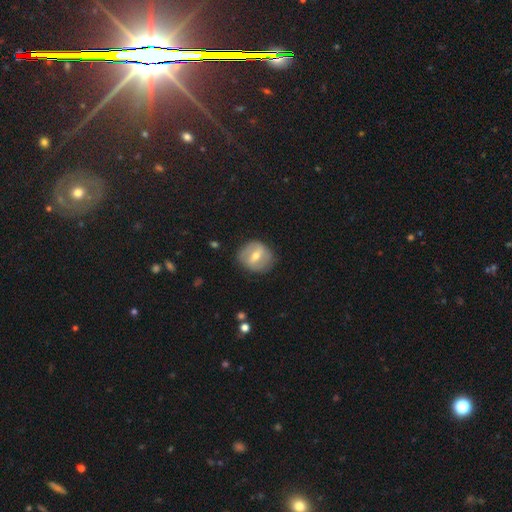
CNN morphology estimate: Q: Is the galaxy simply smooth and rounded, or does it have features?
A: featured or disk — 56%.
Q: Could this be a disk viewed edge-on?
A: no — 93%.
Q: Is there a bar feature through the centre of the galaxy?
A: weak — 44%.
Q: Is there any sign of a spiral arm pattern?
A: yes — 50%, tied with no.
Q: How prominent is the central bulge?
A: moderate — 65%.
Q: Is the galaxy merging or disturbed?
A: none — 79%.